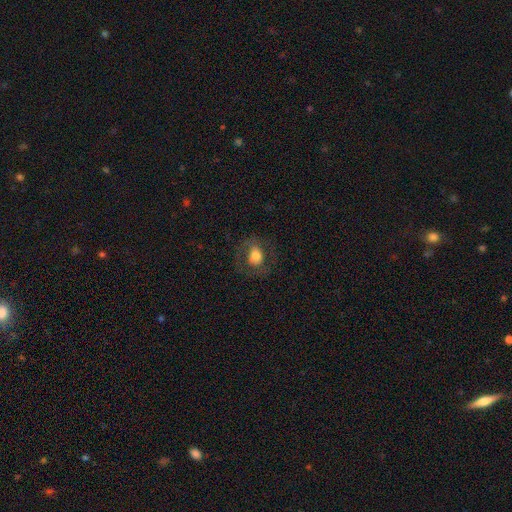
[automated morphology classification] smooth-or-featured: smooth: 65% | featured or disk: 25% | star or artifact: 10%
  how-rounded: round: 51% | in between: 48% | cigar-shaped: 1%
  merging: none: 73% | minor disturbance: 14% | major disturbance: 12% | merger: 1%